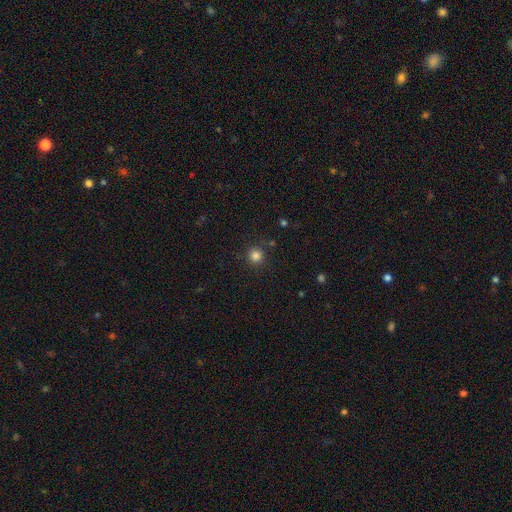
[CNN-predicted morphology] smooth_or_featured: smooth (p=0.83) [alt: star or artifact p=0.13]
how_rounded: round (p=0.94) [alt: in between p=0.05]
merging: none (p=0.88) [alt: minor disturbance p=0.07]